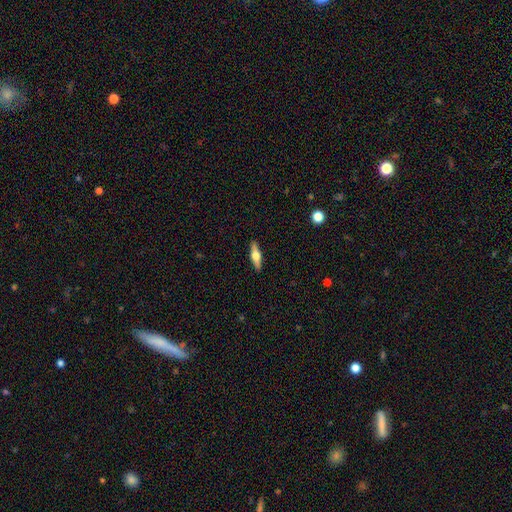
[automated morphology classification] This is possibly a featured or disk galaxy (57%). It is clearly viewed edge-on (95%). Edge-on bulge: clearly rounded (94%). Merging: clearly none (90%).